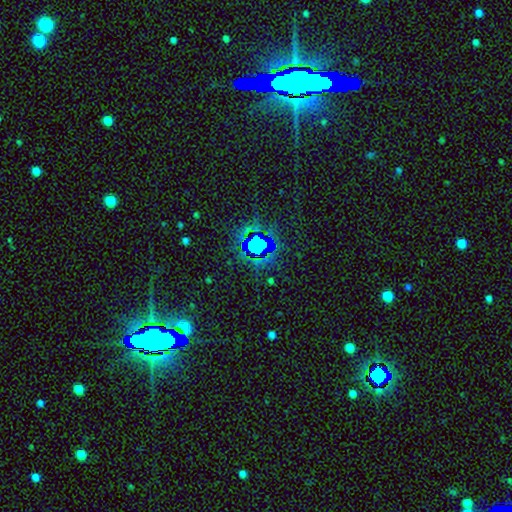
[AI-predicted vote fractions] smooth_or_featured: star or artifact (p=0.72) [alt: smooth p=0.18]